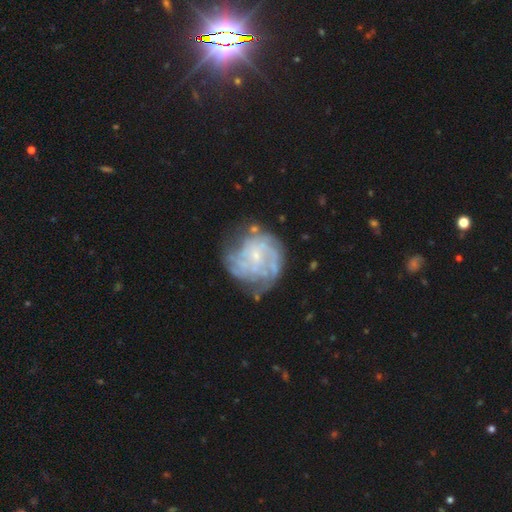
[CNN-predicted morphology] Q: Smooth or featured?
A: featured or disk (77%); runner-up: smooth (14%)
Q: Edge-on disk?
A: no (98%); runner-up: yes (2%)
Q: Bar?
A: no (71%); runner-up: weak (24%)
Q: Spiral arms?
A: yes (85%); runner-up: no (15%)
Q: Spiral winding?
A: tight (60%); runner-up: medium (29%)
Q: Spiral arm count?
A: can't tell (45%); runner-up: 4 (16%)
Q: Bulge size?
A: small (77%); runner-up: moderate (13%)
Q: Merging?
A: none (63%); runner-up: minor disturbance (21%)